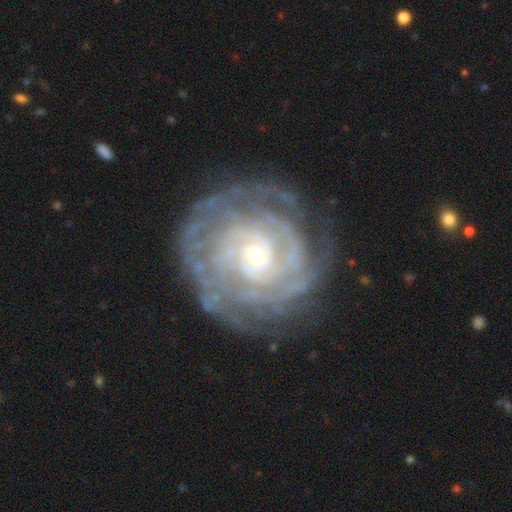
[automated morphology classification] This appears to be a featured or disk galaxy (87%) with no bar (74%), tight (84%) spiral arms (95%) and a small central bulge (78%). Merging: none (78%).